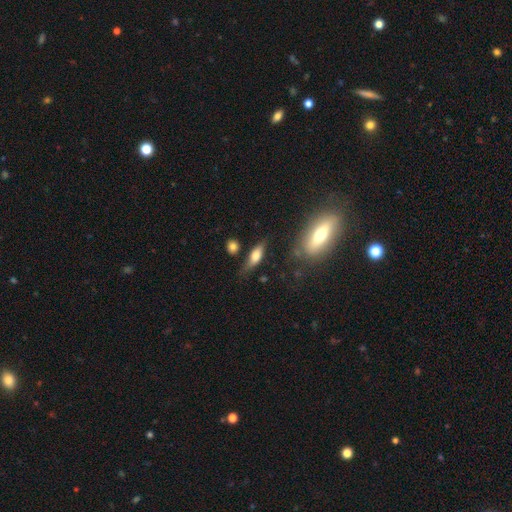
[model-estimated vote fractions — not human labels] This is likely a smooth galaxy (60%). How rounded: likely in between (63%). Merging: likely none (62%).